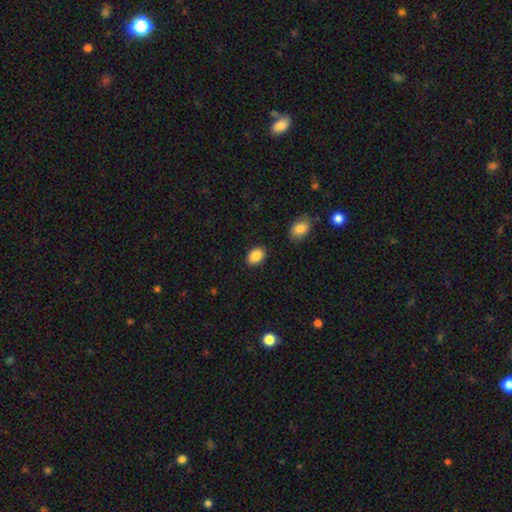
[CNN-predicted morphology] This appears to be a smooth galaxy with no disk features (88%) that is in between round and cigar-shaped (84%). Merging: none (87%).